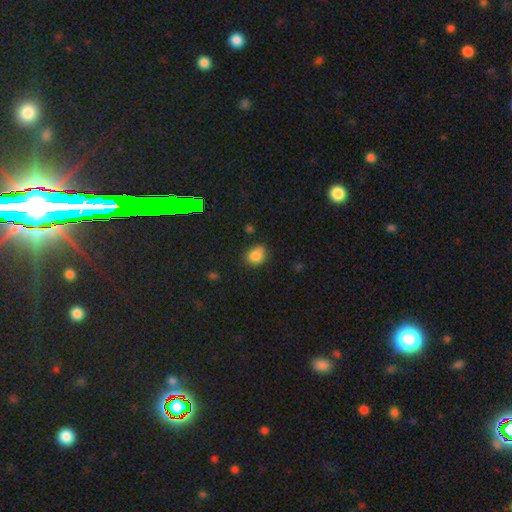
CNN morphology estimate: Overall: smooth (83%). How rounded: round (50%; in between 49%). Merging: none (75%).